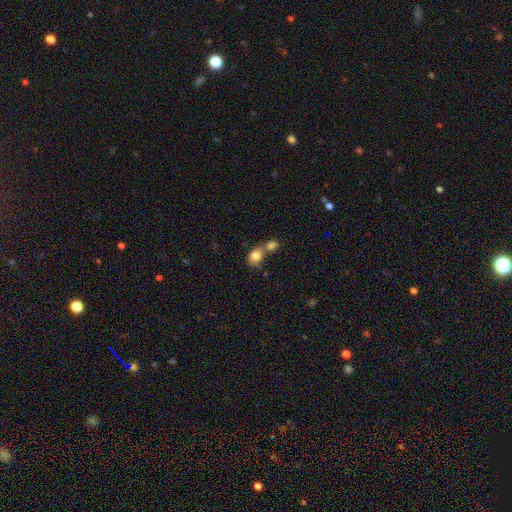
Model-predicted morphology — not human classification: Smooth or featured: smooth — 80% (featured or disk — 11%)
How rounded: round — 49% (tied with in between — 49%)
Merging: merger — 61% (none — 25%)